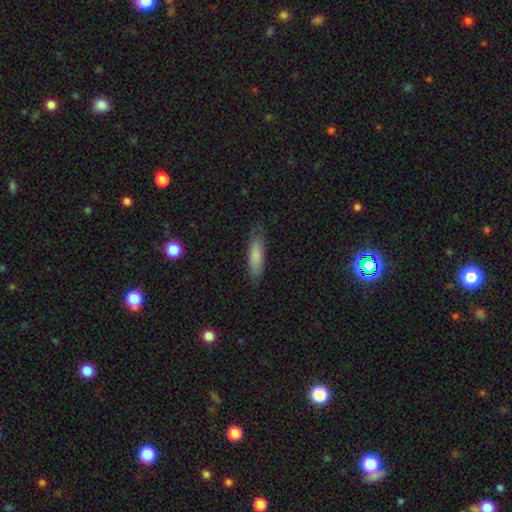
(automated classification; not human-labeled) smooth-or-featured: smooth: 80% | featured or disk: 14% | star or artifact: 6%
  how-rounded: cigar-shaped: 58% | in between: 40% | round: 2%
  merging: none: 76% | minor disturbance: 19% | major disturbance: 4% | merger: 1%